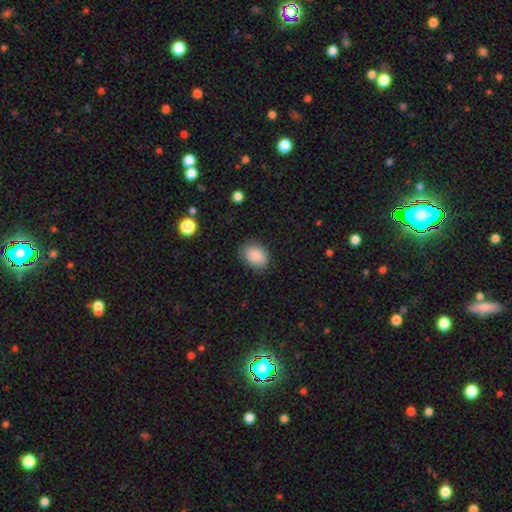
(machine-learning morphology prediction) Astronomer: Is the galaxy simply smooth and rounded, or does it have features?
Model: smooth — 87%.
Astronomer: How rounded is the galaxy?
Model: in between — 74%.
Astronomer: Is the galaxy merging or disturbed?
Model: none — 83%.